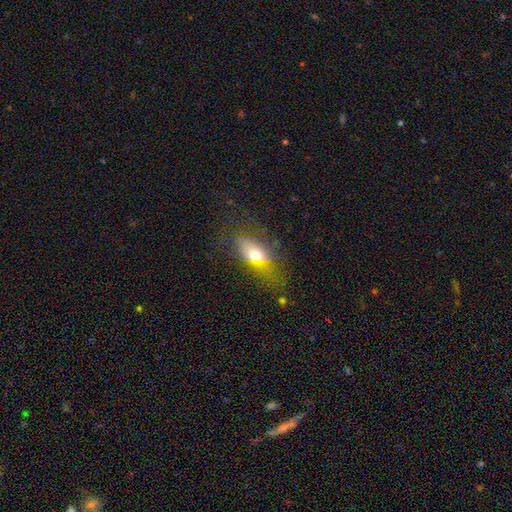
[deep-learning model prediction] Smooth or featured?
  - smooth: 63% *
  - featured or disk: 25%
  - star or artifact: 12%
How rounded?
  - in between: 78% *
  - cigar-shaped: 12%
  - round: 10%
Merging?
  - none: 59% *
  - minor disturbance: 22%
  - major disturbance: 16%
  - merger: 3%